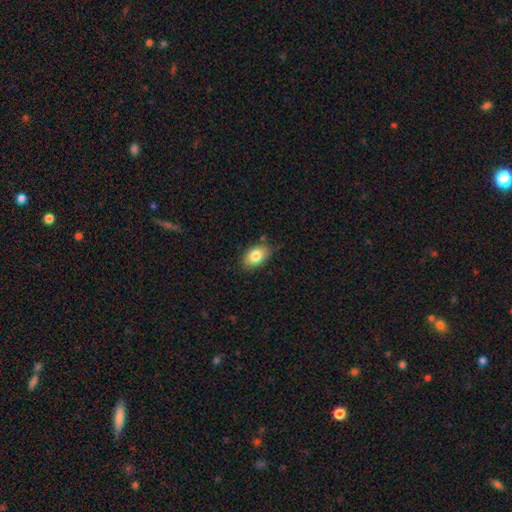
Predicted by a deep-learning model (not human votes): This is clearly a smooth galaxy (82%). How rounded: clearly in between (89%). Merging: likely none (78%).